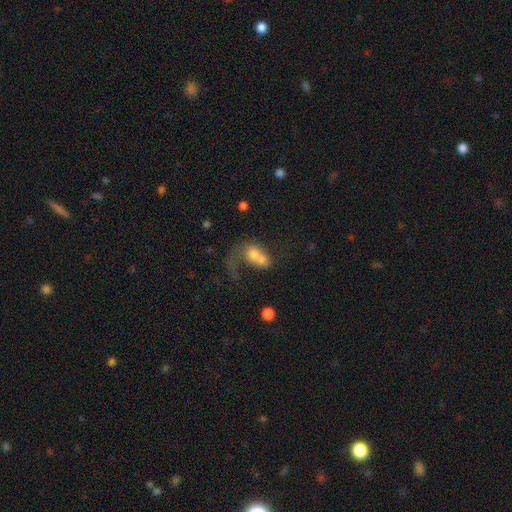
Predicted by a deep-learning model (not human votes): smooth-or-featured: smooth: 57% | featured or disk: 31% | star or artifact: 12%
  how-rounded: in between: 62% | round: 34% | cigar-shaped: 3%
  merging: merger: 56% | major disturbance: 24% | none: 12% | minor disturbance: 7%